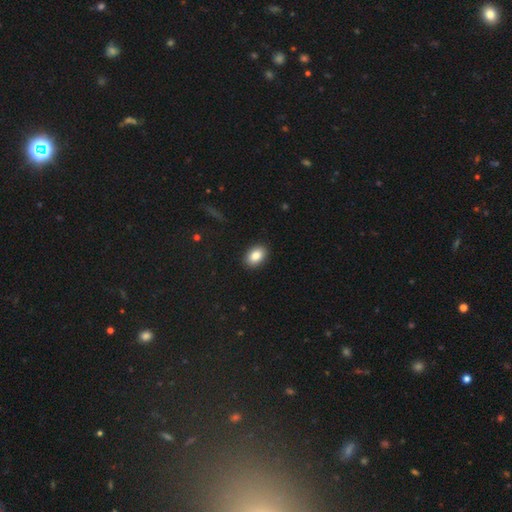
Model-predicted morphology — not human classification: The model was most divided on "how rounded": in between: 85%, round: 14%, cigar-shaped: 1%. More confident: merging — none (90%); smooth or featured — smooth (86%).